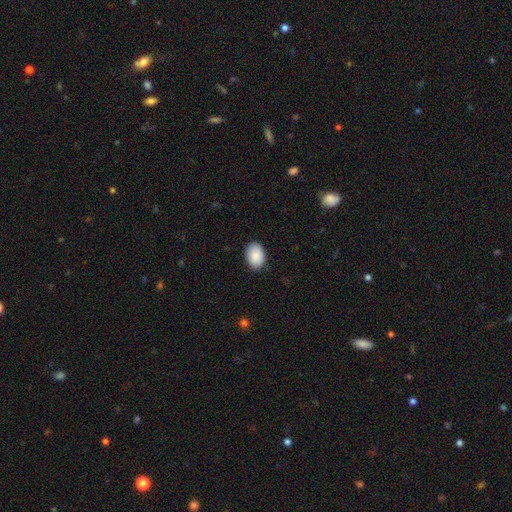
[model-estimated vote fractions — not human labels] A smooth galaxy with no disk features (90%) that is in between round and cigar-shaped (85%). Merging: none (87%).